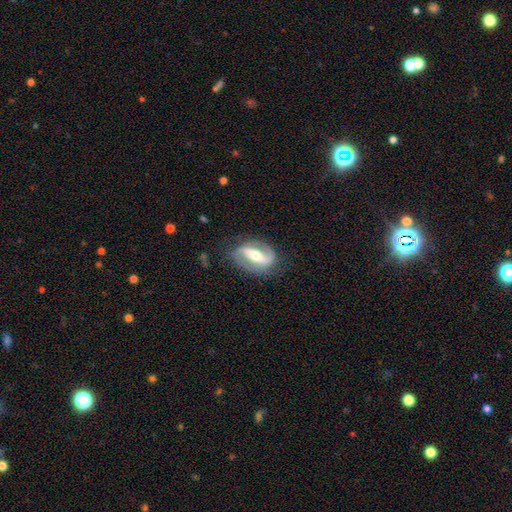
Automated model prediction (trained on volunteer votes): Overall: featured or disk (83%). Edge-on disk: no (93%). Bar: strong (64%). Spiral arms: yes (88%). Spiral arm count: 2 (88%). Spiral winding: medium (43%; loose 30%). Bulge size: moderate (63%; small 27%). Merging: none (78%).